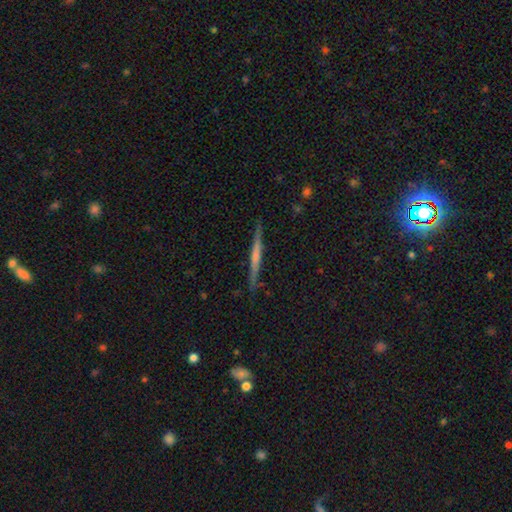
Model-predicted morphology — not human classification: This appears to be a featured or disk galaxy (56%) viewed edge-on (97%) with no central bulge (60%). Merging: none (88%).